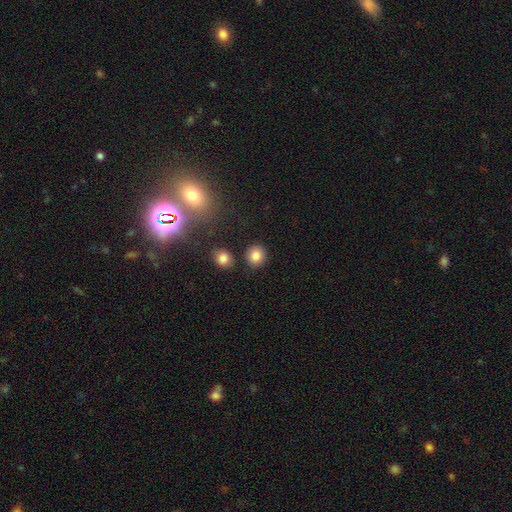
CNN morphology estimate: Overall: smooth (84%). How rounded: round (83%). Merging: none (84%).